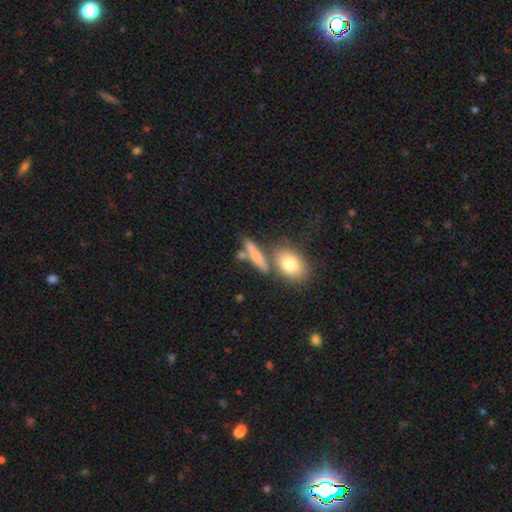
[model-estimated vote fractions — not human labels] Q: Smooth or featured?
A: smooth (63%); runner-up: featured or disk (28%)
Q: How rounded?
A: cigar-shaped (58%); runner-up: in between (31%)
Q: Merging?
A: none (62%); runner-up: merger (19%)